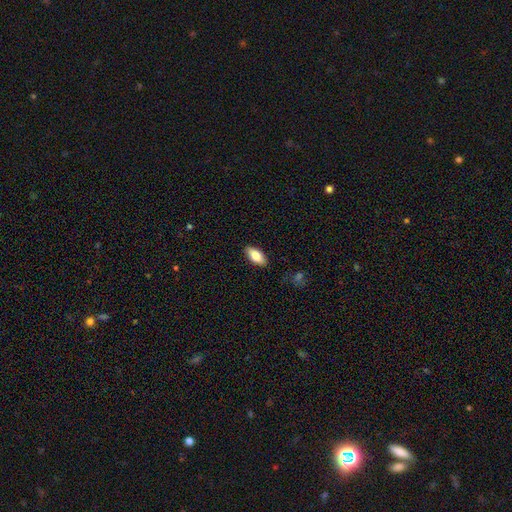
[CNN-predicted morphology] smooth-or-featured: smooth: 80% | featured or disk: 13% | star or artifact: 6%
  how-rounded: in between: 87% | cigar-shaped: 10% | round: 2%
  merging: none: 87% | minor disturbance: 10% | major disturbance: 2% | merger: 1%